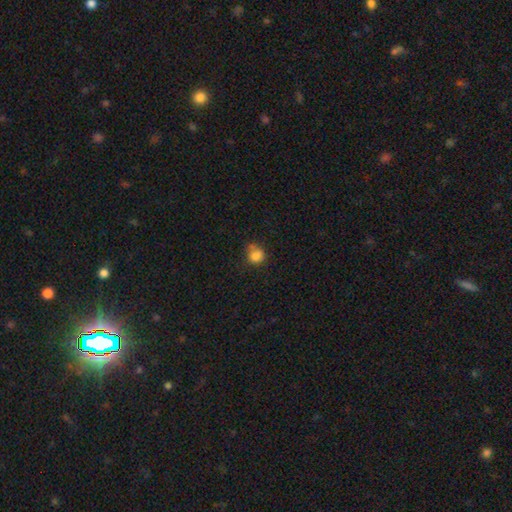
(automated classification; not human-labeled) This appears to be a smooth galaxy with no disk features (81%) that is round (66%). Merging: none (50%).